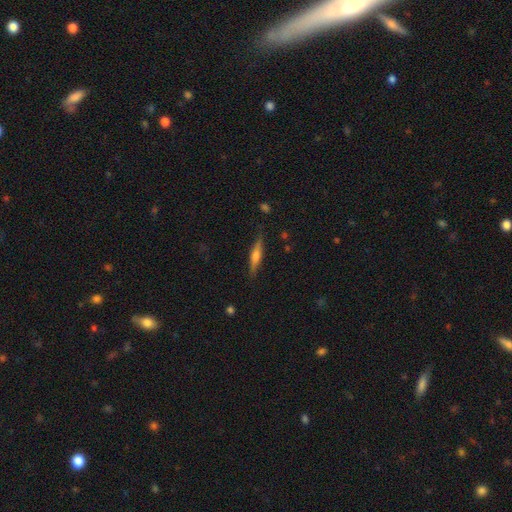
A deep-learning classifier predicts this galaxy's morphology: Smooth or featured? Predicted: featured or disk (p=0.51). Edge-on disk? Predicted: yes (p=0.95). Merging? Predicted: none (p=0.85).